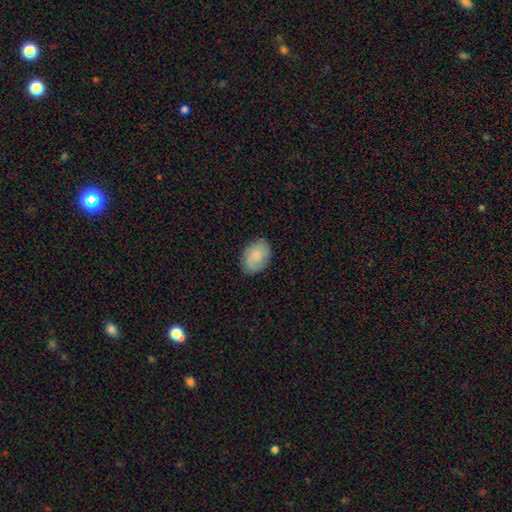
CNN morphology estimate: This is likely a smooth galaxy (71%). How rounded: clearly in between (81%). Merging: clearly none (84%).